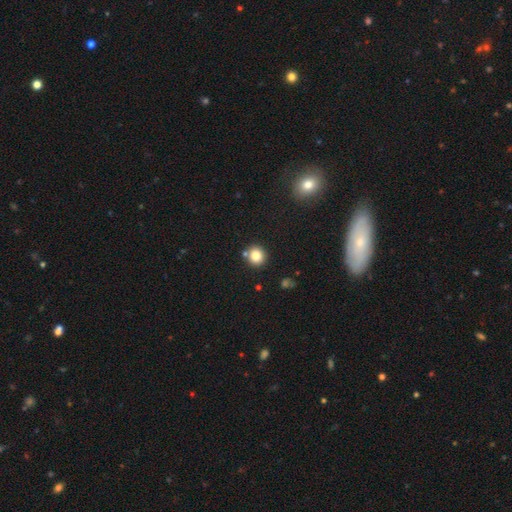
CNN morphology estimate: Smooth or featured? smooth (81%)
How rounded? round (90%)
Merging? none (79%)